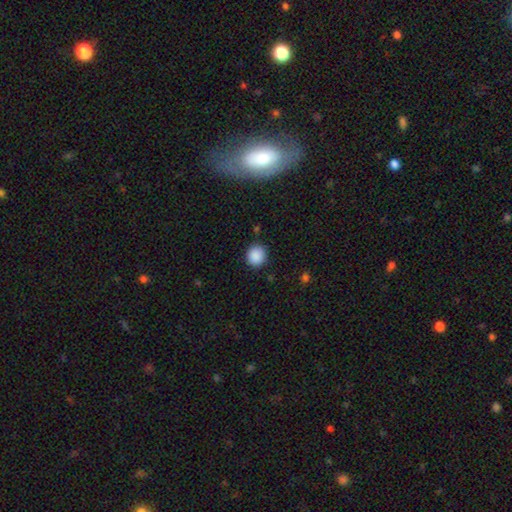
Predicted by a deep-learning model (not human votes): smooth-or-featured: smooth: 88% | star or artifact: 9% | featured or disk: 3%
  how-rounded: round: 88% | in between: 11% | cigar-shaped: 1%
  merging: none: 89% | minor disturbance: 8% | major disturbance: 2% | merger: 1%